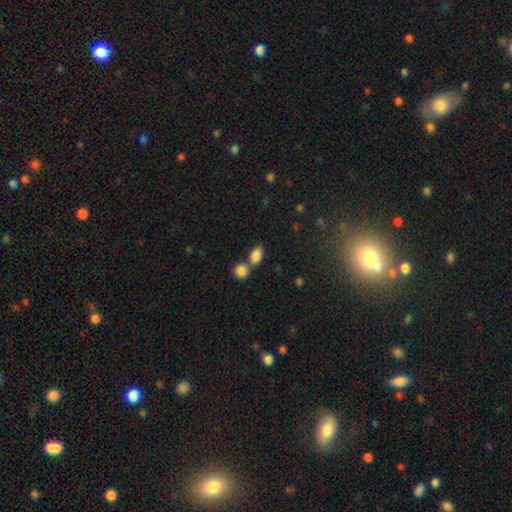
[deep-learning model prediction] smooth-or-featured: smooth: 86% | star or artifact: 9% | featured or disk: 6%
  how-rounded: in between: 84% | round: 14% | cigar-shaped: 2%
  merging: none: 49% | merger: 38% | minor disturbance: 10% | major disturbance: 3%